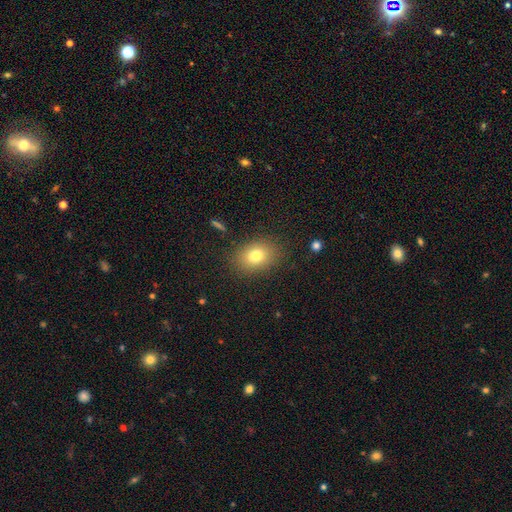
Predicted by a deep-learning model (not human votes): Q: Smooth or featured?
A: smooth (77%); runner-up: star or artifact (12%)
Q: How rounded?
A: in between (65%); runner-up: round (33%)
Q: Merging?
A: none (86%); runner-up: minor disturbance (9%)